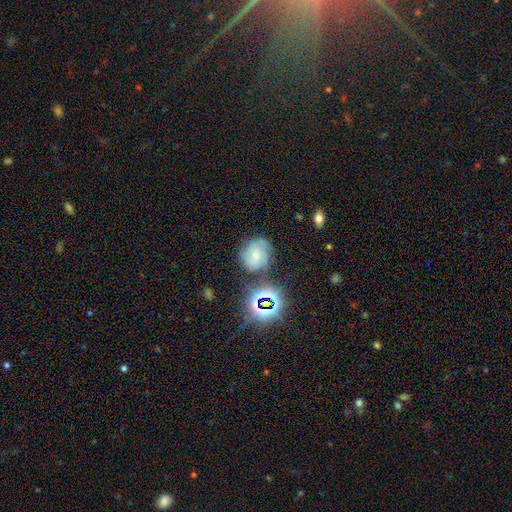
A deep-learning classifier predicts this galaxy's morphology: featured or disk 47%, smooth 34%, star or artifact 19%. Down the decision tree: merging — none (61%).